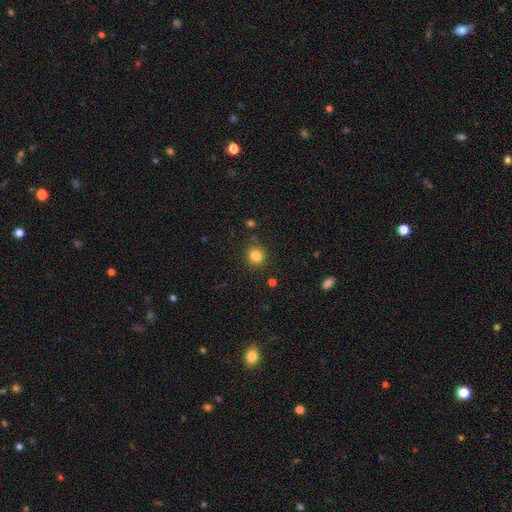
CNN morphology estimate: This appears to be a smooth galaxy with no disk features (83%) that is round (88%). Merging: none (87%).